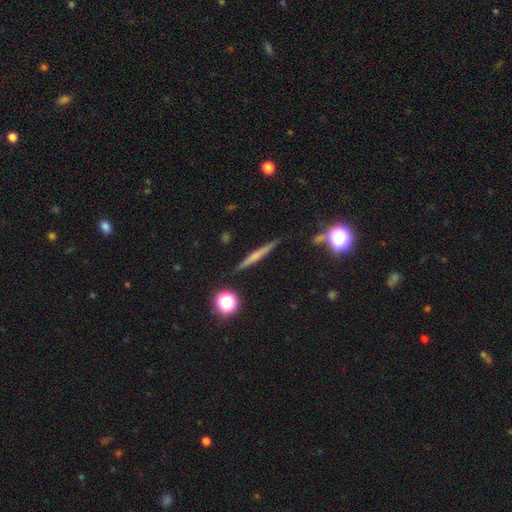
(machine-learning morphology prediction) This appears to be a featured or disk galaxy (48%). Merging: none (89%).